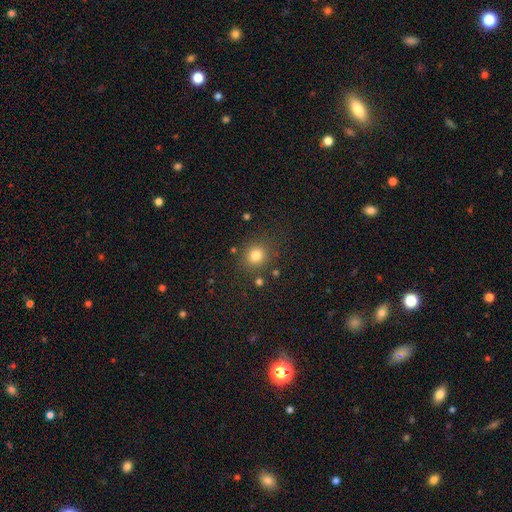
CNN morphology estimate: smooth 80%, star or artifact 14%, featured or disk 6%. Down the decision tree: how rounded — round (85%); merging — none (82%).